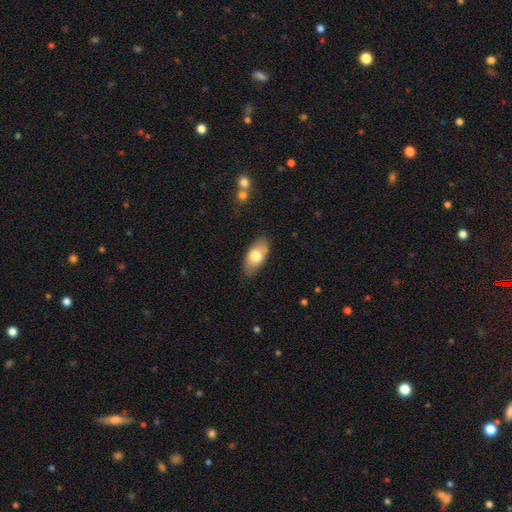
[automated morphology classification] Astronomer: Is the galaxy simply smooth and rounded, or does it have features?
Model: smooth — 72%.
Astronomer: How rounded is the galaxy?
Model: in between — 90%.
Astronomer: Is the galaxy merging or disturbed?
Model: none — 83%.